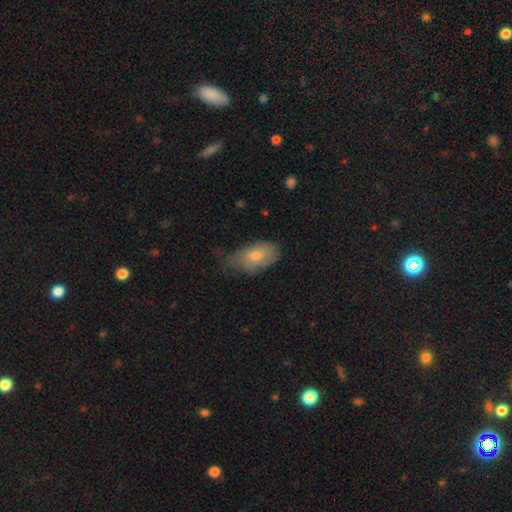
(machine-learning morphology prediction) The model was most divided on "merging": none: 46%, minor disturbance: 40%, major disturbance: 12%, merger: 2%. More confident: how rounded — in between (91%); smooth or featured — smooth (71%).